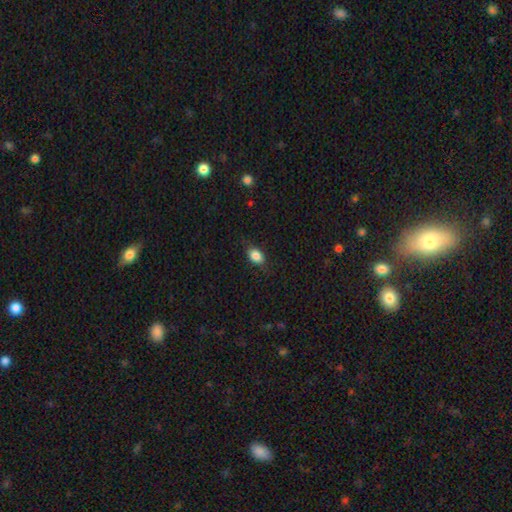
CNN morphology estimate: A smooth galaxy with no disk features (83%) that is in between round and cigar-shaped (80%).

Vote fractions:
- Smooth or featured? smooth: 83% / star or artifact: 8% / featured or disk: 8%
- How rounded? in between: 80% / round: 17% / cigar-shaped: 3%
- Merging? none: 77% / minor disturbance: 18% / major disturbance: 4% / merger: 1%